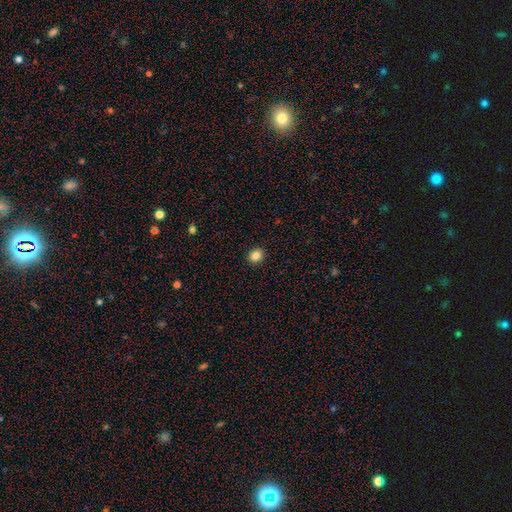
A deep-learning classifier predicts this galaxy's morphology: This is clearly a smooth galaxy (85%). How rounded: likely round (65%). Merging: clearly none (92%).